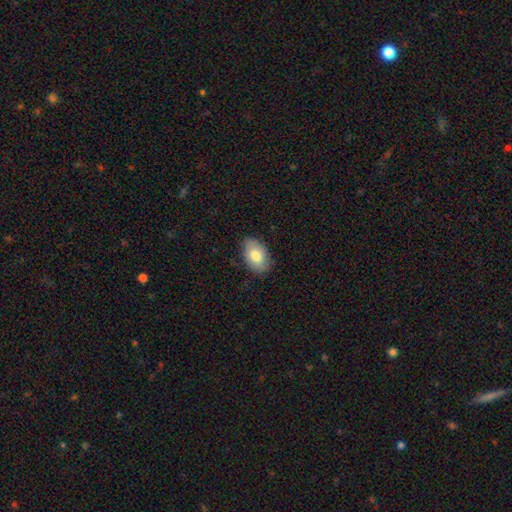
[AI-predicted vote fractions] Morphology: type=smooth (78%); roundness=in between (90%); merging=none (82%).